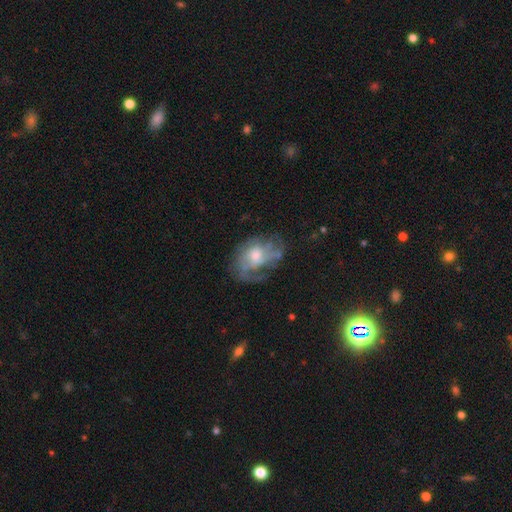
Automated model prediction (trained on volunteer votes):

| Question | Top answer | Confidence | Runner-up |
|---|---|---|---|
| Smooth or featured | featured or disk | 72% | smooth (20%) |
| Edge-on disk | no | 97% | yes (3%) |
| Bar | no | 73% | weak (23%) |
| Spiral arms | yes | 75% | no (25%) |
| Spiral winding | medium | 41% | tight (31%) |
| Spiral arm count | can't tell | 40% | 2 (22%) |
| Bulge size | moderate | 57% | small (31%) |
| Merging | none | 49% | major disturbance (25%) |